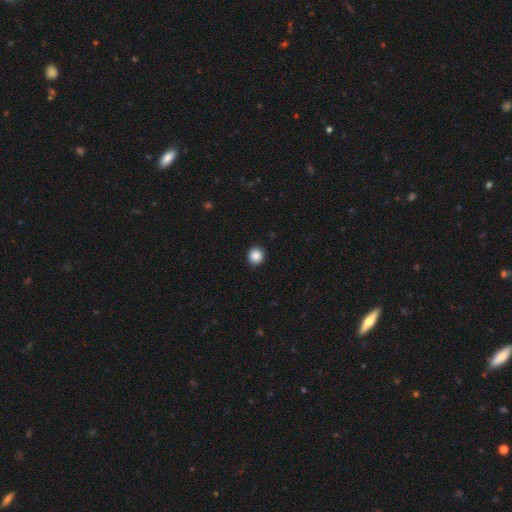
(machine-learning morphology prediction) A smooth galaxy with no disk features (88%) that is round (88%).

Vote fractions:
- Smooth or featured? smooth: 88% / star or artifact: 9% / featured or disk: 3%
- How rounded? round: 88% / in between: 11% / cigar-shaped: 1%
- Merging? none: 93% / minor disturbance: 5% / major disturbance: 2% / merger: 1%